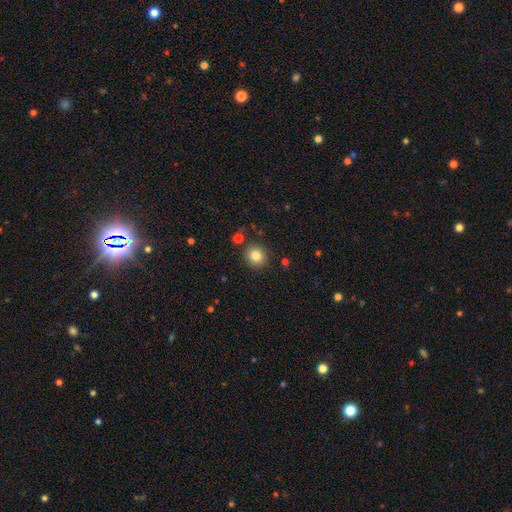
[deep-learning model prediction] smooth 83%, star or artifact 10%, featured or disk 7%. Down the decision tree: how rounded — round (86%); merging — none (87%).